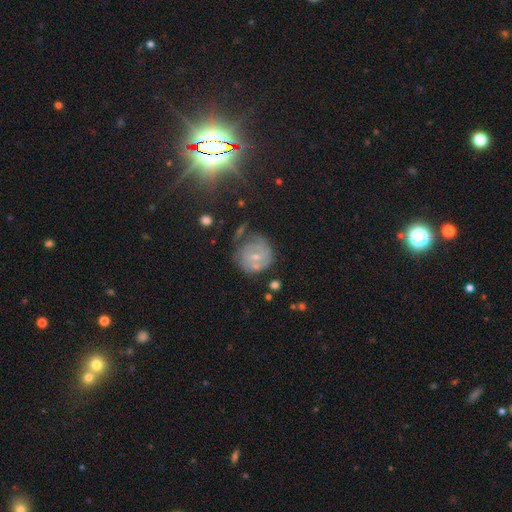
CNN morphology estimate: A featured or disk galaxy (68%) with no bar (53%), tight (61%) spiral arms (84%) and a small central bulge (66%).

Vote fractions:
- Smooth or featured? featured or disk: 68% / smooth: 22% / star or artifact: 10%
- Edge-on disk? no: 98% / yes: 2%
- Bar? no: 53% / weak: 40% / strong: 8%
- Spiral arms? yes: 84% / no: 16%
- Spiral winding? tight: 61% / medium: 29% / loose: 10%
- Spiral arm count? can't tell: 39% / 2: 30% / 3: 16% / 1: 7% / 4: 5% / more than 4: 4%
- Bulge size? small: 66% / moderate: 29% / none: 3% / large: 1% / dominant: 1%
- Merging? none: 60% / minor disturbance: 23% / major disturbance: 10% / merger: 7%